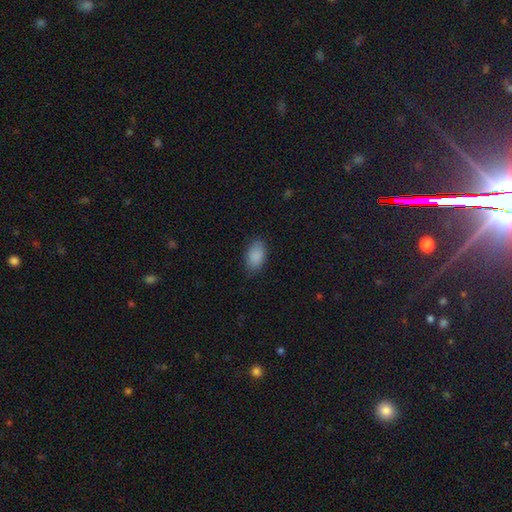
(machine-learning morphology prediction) The model was most divided on "merging": none: 83%, minor disturbance: 13%, major disturbance: 3%, merger: 1%. More confident: how rounded — in between (92%); smooth or featured — smooth (89%).